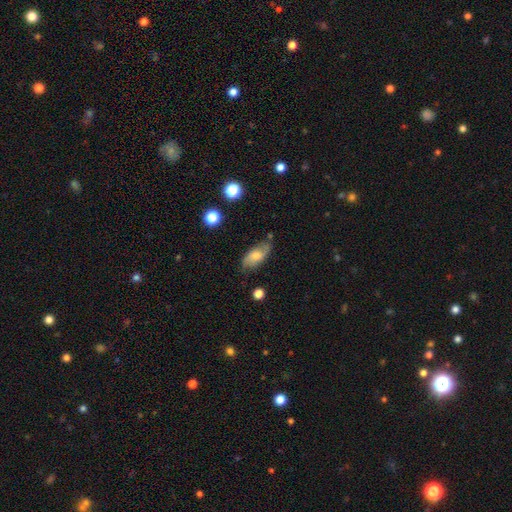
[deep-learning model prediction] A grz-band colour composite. It shows a smooth galaxy with no disk features (60%) that is in between round and cigar-shaped (88%). Merging: none (68%).